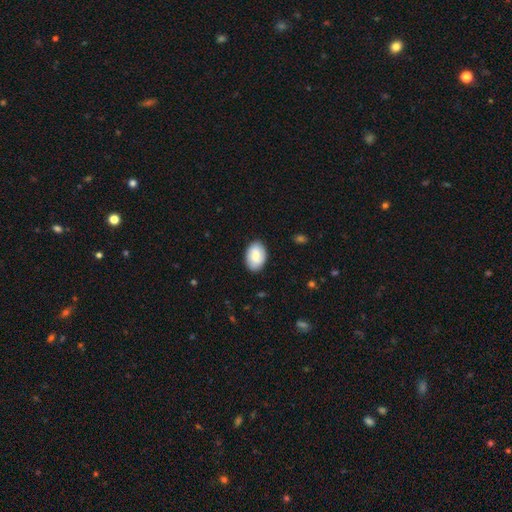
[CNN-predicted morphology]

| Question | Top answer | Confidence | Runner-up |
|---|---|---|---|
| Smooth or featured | smooth | 73% | featured or disk (21%) |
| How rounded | in between | 86% | round (13%) |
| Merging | none | 84% | minor disturbance (12%) |